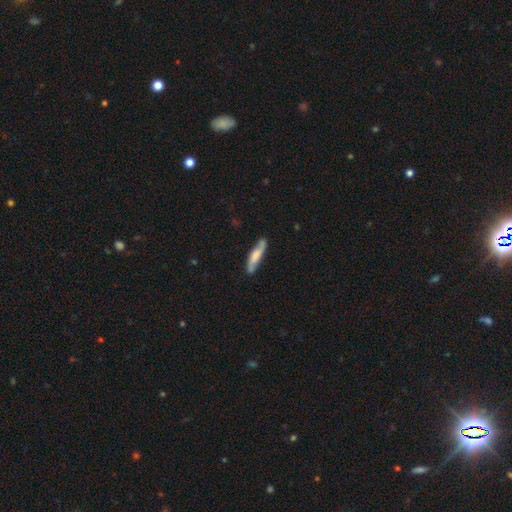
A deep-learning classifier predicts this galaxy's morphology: Overall: smooth (48%; featured or disk 46%). Merging: none (76%).